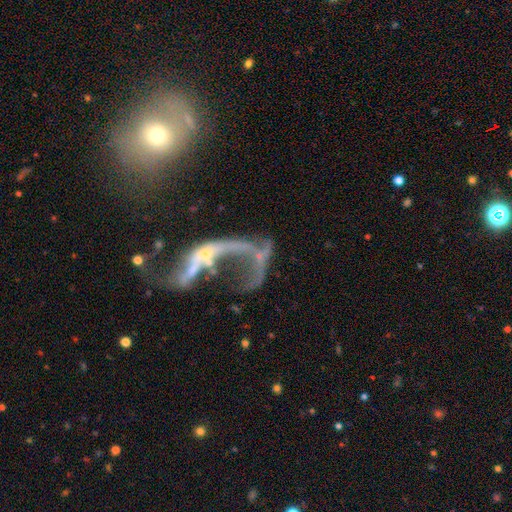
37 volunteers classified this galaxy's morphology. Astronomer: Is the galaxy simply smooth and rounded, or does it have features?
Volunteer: featured or disk — 70%.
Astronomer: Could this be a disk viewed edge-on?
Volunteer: no — 100%.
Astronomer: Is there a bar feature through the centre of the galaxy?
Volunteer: no — 73%.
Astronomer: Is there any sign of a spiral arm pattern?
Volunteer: yes — 62% (runner-up: no, 38%).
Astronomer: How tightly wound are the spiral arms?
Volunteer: loose — 88%.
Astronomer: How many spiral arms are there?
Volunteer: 2 — 81%.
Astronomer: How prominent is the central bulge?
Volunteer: small — 69%.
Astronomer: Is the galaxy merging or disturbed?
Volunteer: major disturbance — 61%.